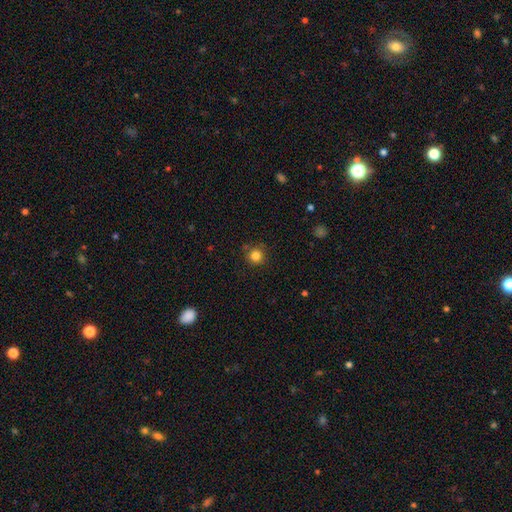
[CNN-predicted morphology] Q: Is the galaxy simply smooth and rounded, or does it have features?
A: smooth — 83%.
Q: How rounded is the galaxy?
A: round — 94%.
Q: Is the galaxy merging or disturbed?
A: none — 86%.